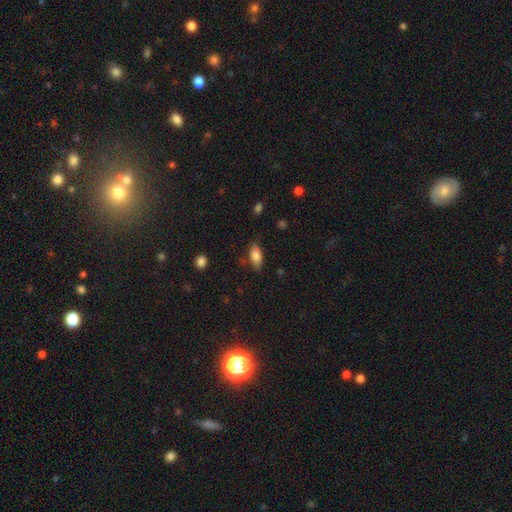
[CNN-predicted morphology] smooth 81%, featured or disk 11%, star or artifact 8%. Down the decision tree: how rounded — in between (86%); merging — none (76%).